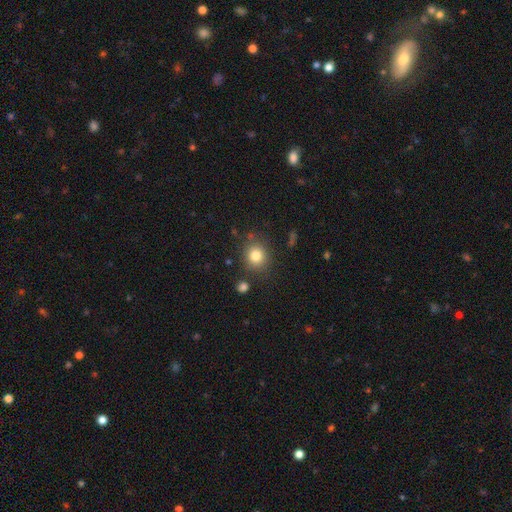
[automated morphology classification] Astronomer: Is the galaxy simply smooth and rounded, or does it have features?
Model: smooth — 82%.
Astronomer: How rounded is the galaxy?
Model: round — 82%.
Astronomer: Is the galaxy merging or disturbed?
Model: none — 82%.